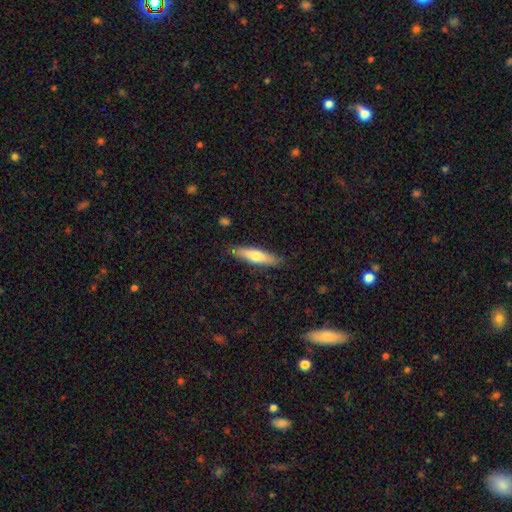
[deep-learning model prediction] smooth-or-featured: smooth: 60% | featured or disk: 34% | star or artifact: 5%
  how-rounded: cigar-shaped: 79% | in between: 20% | round: 2%
  merging: none: 87% | minor disturbance: 10% | major disturbance: 2% | merger: 1%